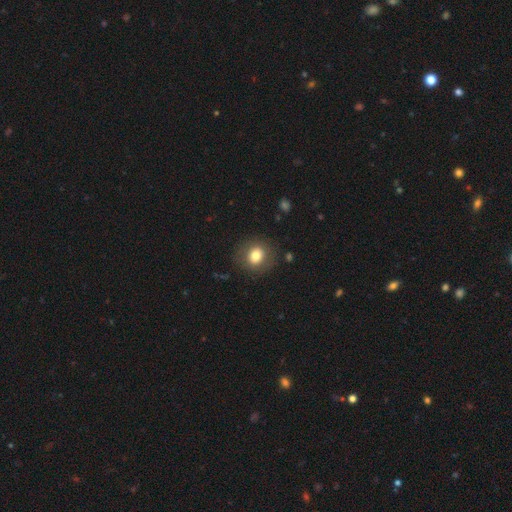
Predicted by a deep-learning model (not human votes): Smooth or featured? Predicted: smooth (p=0.77). How rounded? Predicted: round (p=0.75). Merging? Predicted: none (p=0.85).